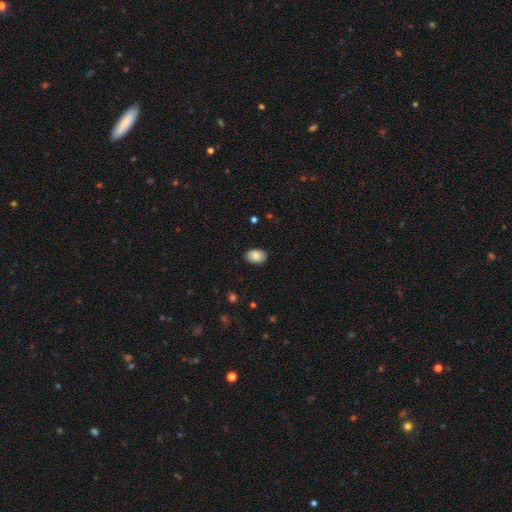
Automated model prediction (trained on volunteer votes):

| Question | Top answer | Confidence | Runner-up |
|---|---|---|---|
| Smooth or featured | smooth | 87% | star or artifact (7%) |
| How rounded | in between | 81% | round (18%) |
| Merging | none | 86% | minor disturbance (11%) |